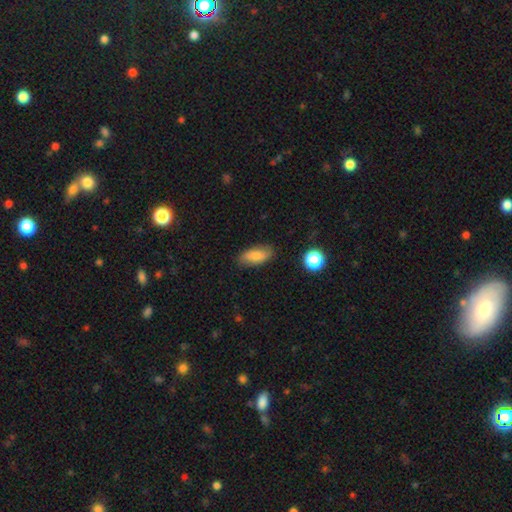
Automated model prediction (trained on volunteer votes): The model was most divided on "smooth or featured": smooth: 79%, featured or disk: 13%, star or artifact: 8%. More confident: how rounded — in between (84%); merging — none (82%).